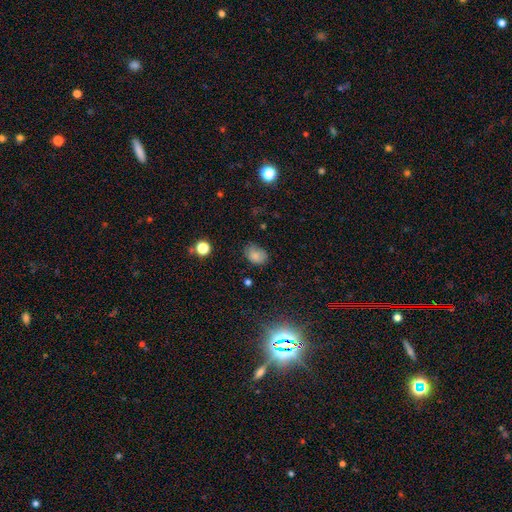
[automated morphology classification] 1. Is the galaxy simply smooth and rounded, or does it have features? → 80% smooth, 12% star or artifact, 8% featured or disk.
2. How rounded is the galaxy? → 73% in between, 26% round, 1% cigar-shaped.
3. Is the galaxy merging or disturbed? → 67% none, 25% minor disturbance, 6% major disturbance, 2% merger.